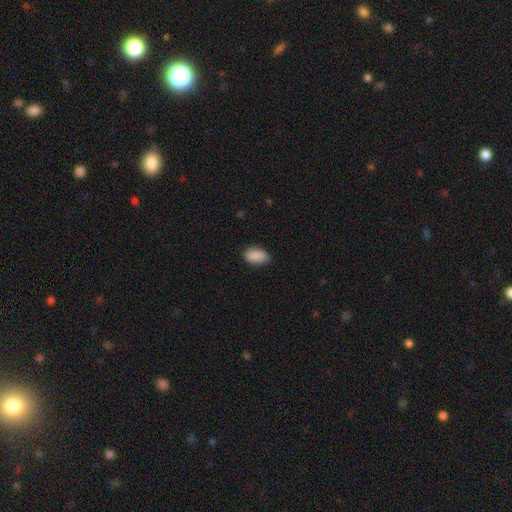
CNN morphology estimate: Smooth or featured? smooth (89%)
How rounded? in between (92%)
Merging? none (79%)